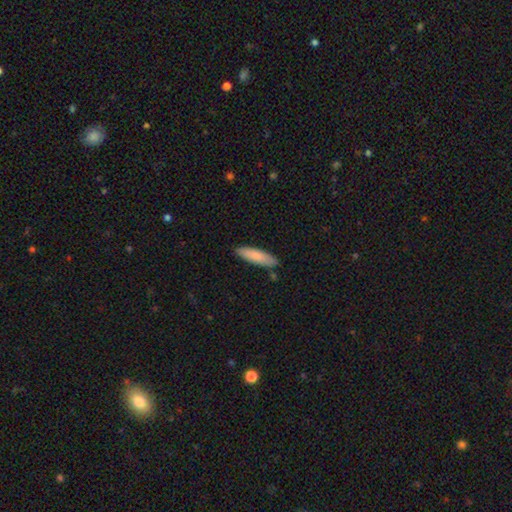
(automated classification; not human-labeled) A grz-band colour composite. It shows a smooth galaxy with no disk features (83%) that is cigar-shaped (67%). Merging: none (85%).